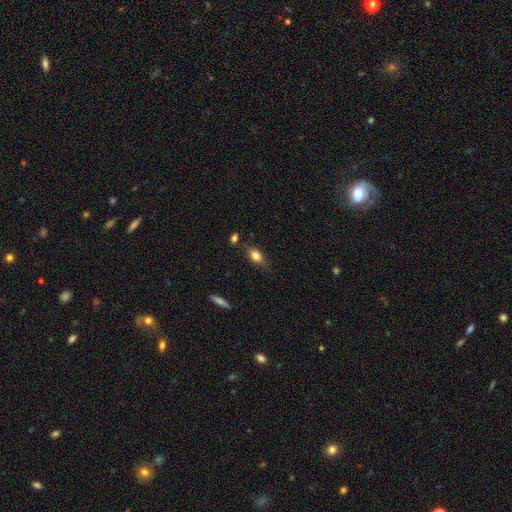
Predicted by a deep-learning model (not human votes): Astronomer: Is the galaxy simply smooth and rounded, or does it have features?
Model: smooth — 80%.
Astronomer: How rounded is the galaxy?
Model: in between — 81%.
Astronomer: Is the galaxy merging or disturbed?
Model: none — 74%.